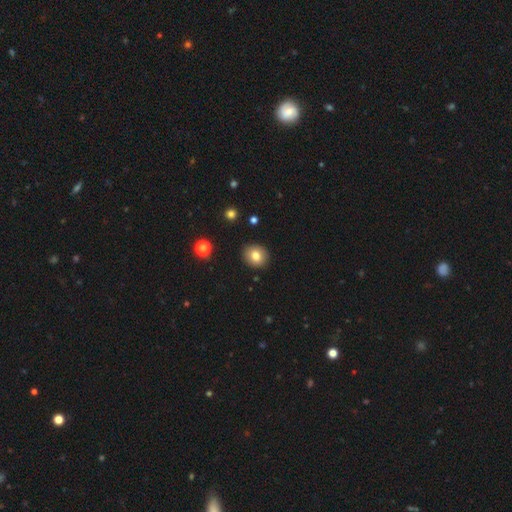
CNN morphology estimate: Smooth or featured? smooth (81%)
How rounded? round (74%)
Merging? none (90%)